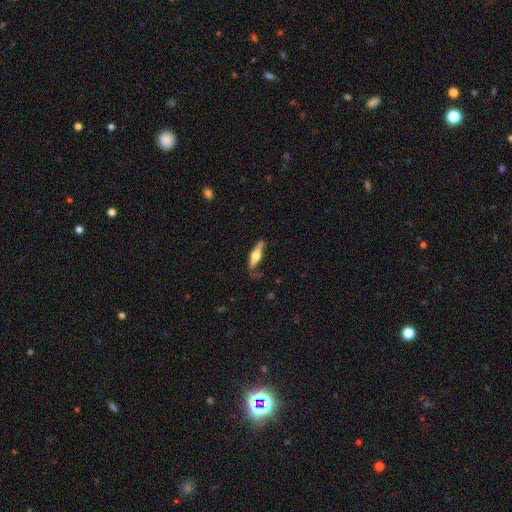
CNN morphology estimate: This is possibly a featured or disk galaxy (58%). It is clearly viewed edge-on (92%). Edge-on bulge: clearly rounded (91%). Merging: likely none (68%).